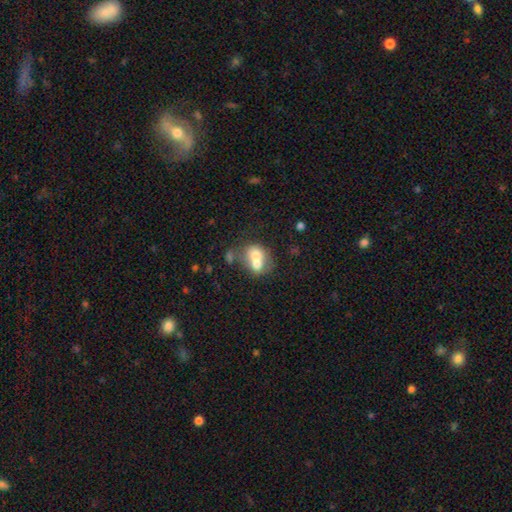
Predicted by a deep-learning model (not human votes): The model was most divided on "how rounded": in between: 55%, round: 44%, cigar-shaped: 1%. More confident: merging — merger (67%); smooth or featured — smooth (65%).